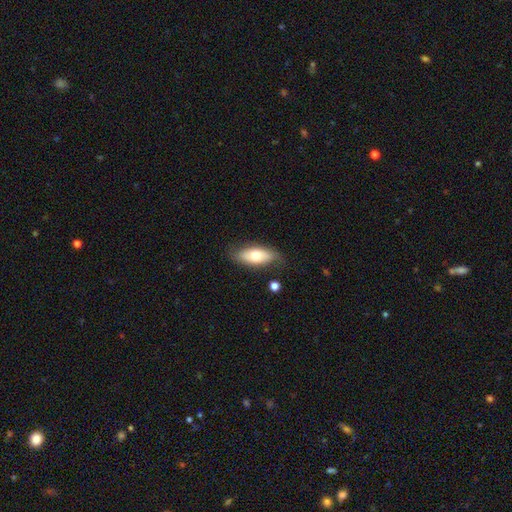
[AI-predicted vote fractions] smooth_or_featured: smooth (p=0.67) [alt: featured or disk p=0.27]
how_rounded: in between (p=0.83) [alt: cigar-shaped p=0.15]
merging: none (p=0.76) [alt: minor disturbance p=0.17]